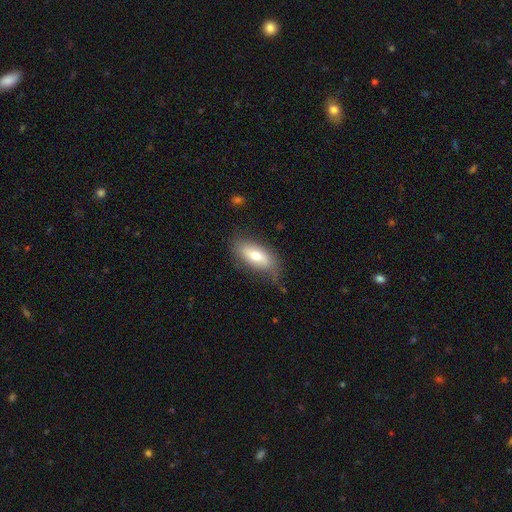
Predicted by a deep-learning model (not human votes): A smooth galaxy with no disk features (68%) that is in between round and cigar-shaped (85%).

Vote fractions:
- Smooth or featured? smooth: 68% / featured or disk: 25% / star or artifact: 7%
- How rounded? in between: 85% / cigar-shaped: 12% / round: 3%
- Merging? none: 66% / minor disturbance: 25% / major disturbance: 6% / merger: 2%